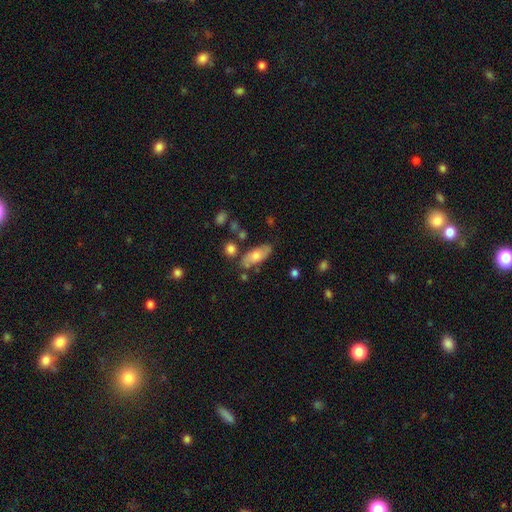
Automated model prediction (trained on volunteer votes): The model was most divided on "smooth or featured": smooth: 61%, featured or disk: 32%, star or artifact: 7%. More confident: how rounded — in between (80%); merging — none (70%).